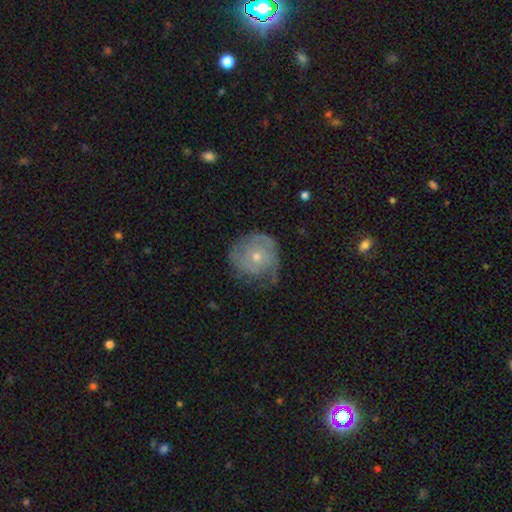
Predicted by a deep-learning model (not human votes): Morphology: type=featured or disk (64%); edge-on=no (97%); bar=no (85%); spiral arms=yes (80%); bulge=small (55%); merging=none (57%).